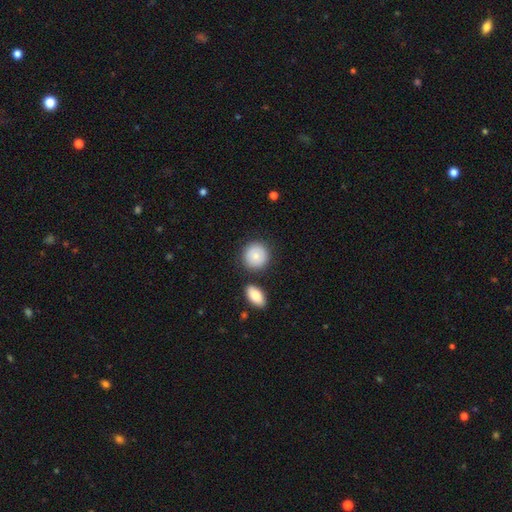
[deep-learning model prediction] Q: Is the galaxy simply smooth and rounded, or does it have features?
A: smooth — 82%.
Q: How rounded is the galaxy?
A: round — 89%.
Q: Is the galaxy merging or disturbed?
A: none — 78%.